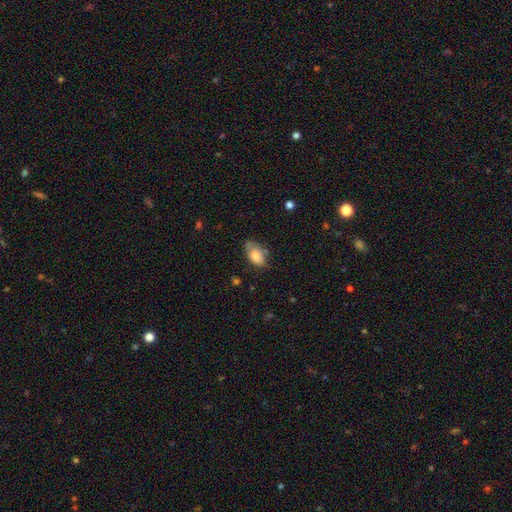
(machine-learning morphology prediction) type=smooth (78%); roundness=in between (91%); merging=none (59%).